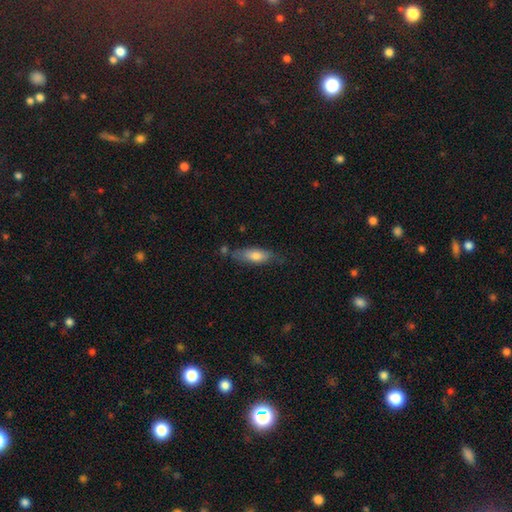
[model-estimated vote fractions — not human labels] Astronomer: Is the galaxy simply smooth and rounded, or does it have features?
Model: smooth — 67%.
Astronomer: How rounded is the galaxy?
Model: in between — 56% (runner-up: cigar-shaped, 41%).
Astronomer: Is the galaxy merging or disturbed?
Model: none — 66%.